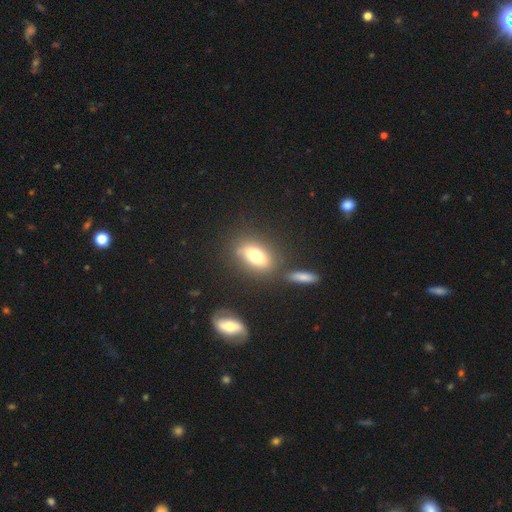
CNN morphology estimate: Smooth or featured? smooth (72%)
How rounded? in between (78%)
Merging? none (68%)